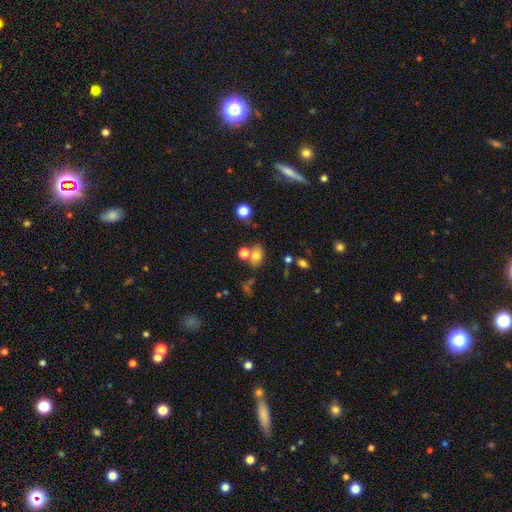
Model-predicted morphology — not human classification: Smooth or featured? smooth (74%)
How rounded? in between (64%)
Merging? none (58%)